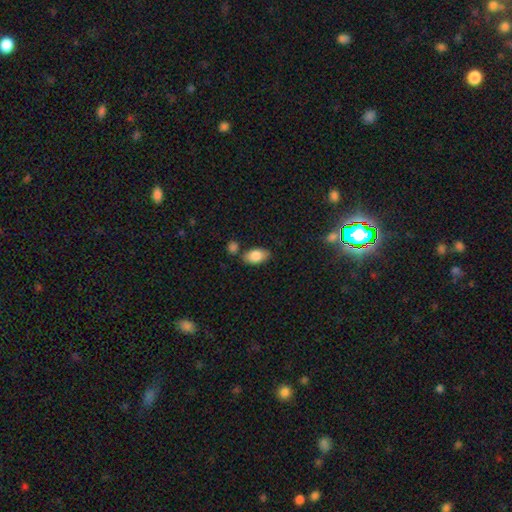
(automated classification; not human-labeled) A smooth galaxy with no disk features (84%) that is in between round and cigar-shaped (92%). Merging: none (73%).